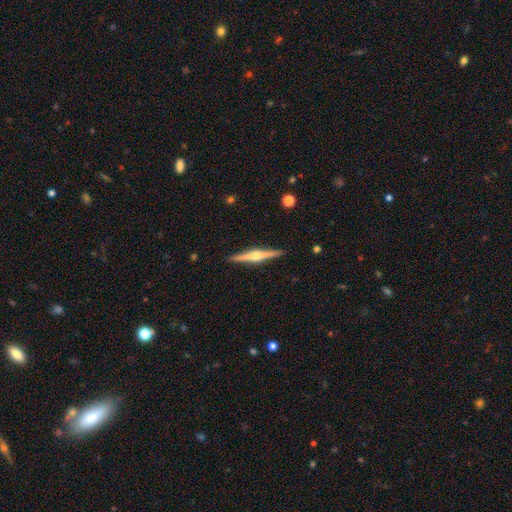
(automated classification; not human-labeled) A featured or disk galaxy (79%) viewed edge-on (99%) with a rounded central bulge (93%).

Vote fractions:
- Smooth or featured? featured or disk: 79% / smooth: 16% / star or artifact: 5%
- Edge-on disk? yes: 99% / no: 1%
- Edge-on bulge? rounded: 93% / boxy: 5% / none: 3%
- Merging? none: 92% / minor disturbance: 6% / major disturbance: 1% / merger: 1%